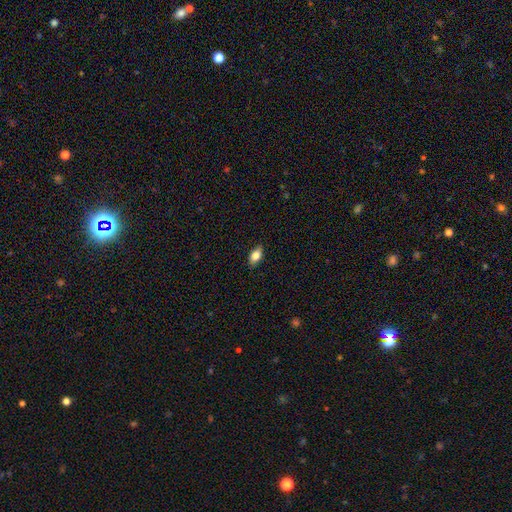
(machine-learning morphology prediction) Smooth or featured?
  - smooth: 77% *
  - featured or disk: 15%
  - star or artifact: 8%
How rounded?
  - in between: 87% *
  - cigar-shaped: 7%
  - round: 7%
Merging?
  - none: 86% *
  - minor disturbance: 11%
  - major disturbance: 2%
  - merger: 1%